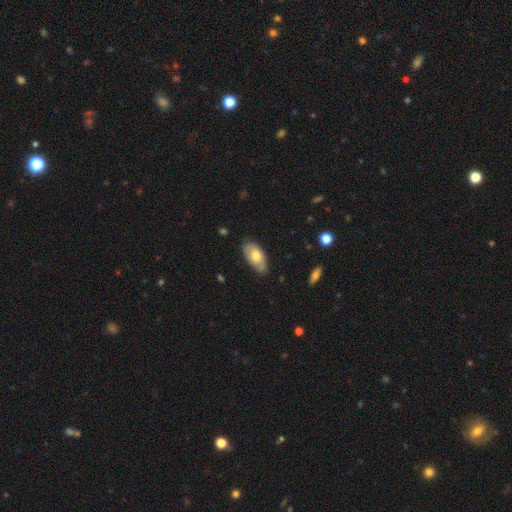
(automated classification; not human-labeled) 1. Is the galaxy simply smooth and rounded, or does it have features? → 59% smooth, 35% featured or disk, 6% star or artifact.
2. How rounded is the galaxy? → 92% in between, 4% cigar-shaped, 3% round.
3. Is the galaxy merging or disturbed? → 67% none, 27% minor disturbance, 5% major disturbance, 2% merger.